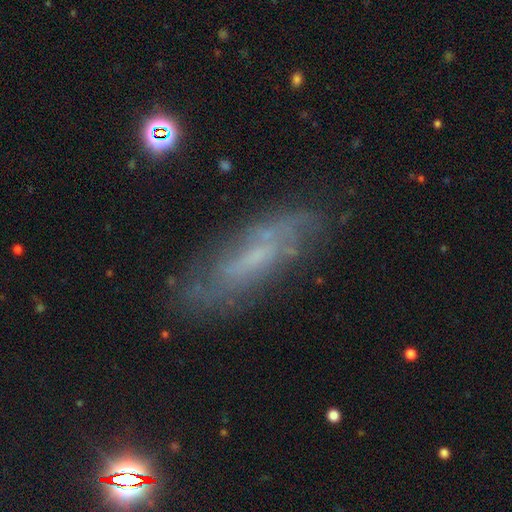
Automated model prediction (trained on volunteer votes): The model was most divided on "smooth or featured": featured or disk: 65%, smooth: 24%, star or artifact: 11%. More confident: edge-on disk — no (75%); merging — none (73%).